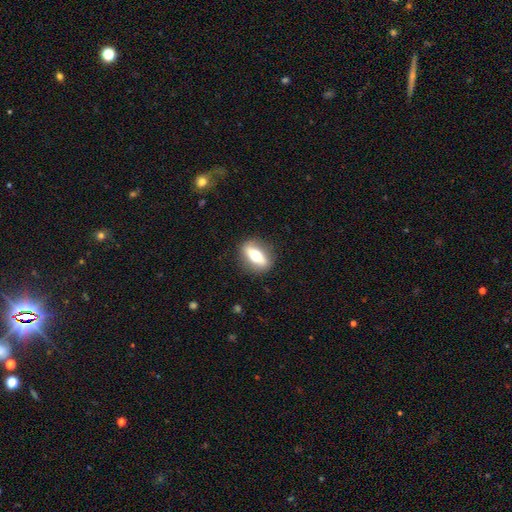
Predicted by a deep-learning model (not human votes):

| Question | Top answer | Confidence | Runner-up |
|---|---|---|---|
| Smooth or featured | smooth | 48% | featured or disk (44%) |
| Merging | none | 87% | minor disturbance (9%) |